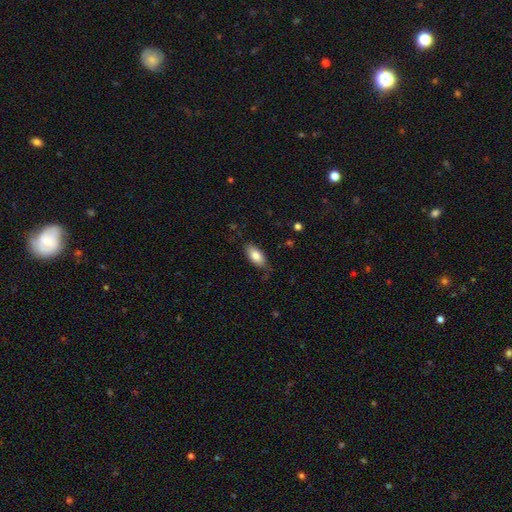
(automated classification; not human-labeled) smooth-or-featured: smooth: 82% | featured or disk: 12% | star or artifact: 7%
  how-rounded: in between: 89% | cigar-shaped: 9% | round: 2%
  merging: none: 75% | minor disturbance: 19% | major disturbance: 4% | merger: 1%